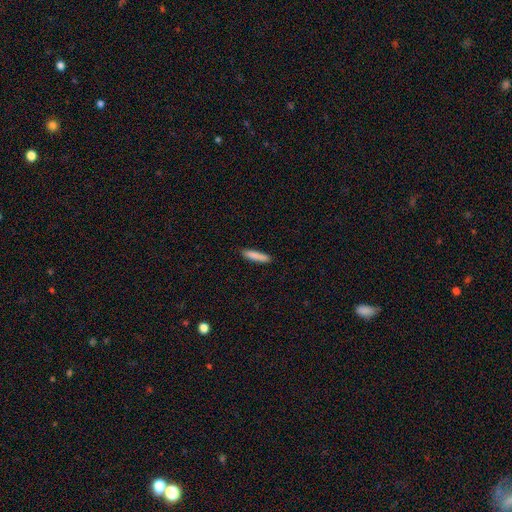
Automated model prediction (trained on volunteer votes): Q: Smooth or featured?
A: smooth (85%); runner-up: featured or disk (8%)
Q: How rounded?
A: cigar-shaped (85%); runner-up: in between (14%)
Q: Merging?
A: none (88%); runner-up: minor disturbance (9%)